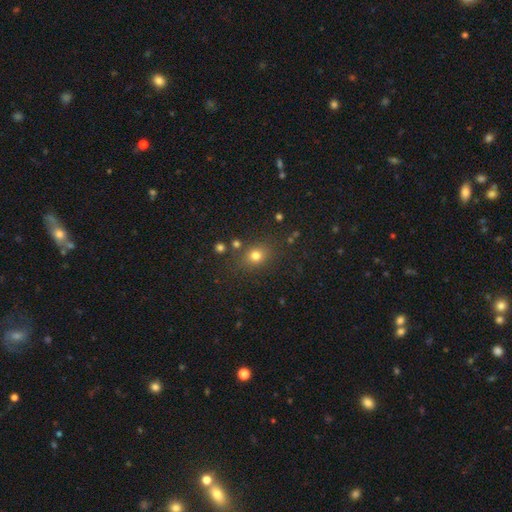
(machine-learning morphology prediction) A smooth galaxy with no disk features (75%) that is round (66%). Merging: none (78%).